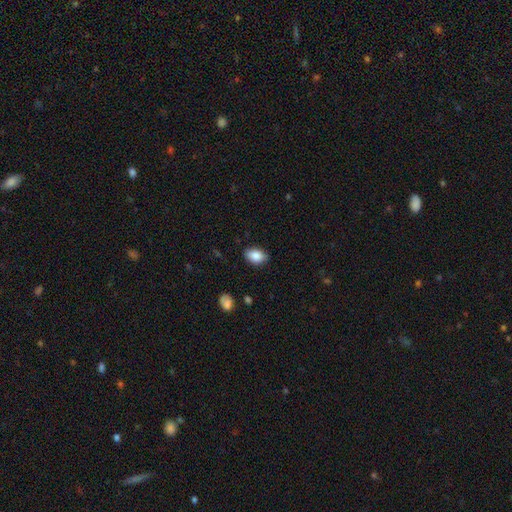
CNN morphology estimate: smooth 85%, star or artifact 8%, featured or disk 7%. Down the decision tree: how rounded — in between (87%); merging — none (82%).